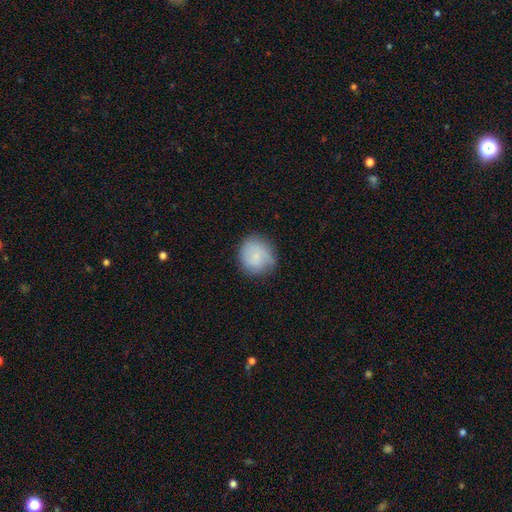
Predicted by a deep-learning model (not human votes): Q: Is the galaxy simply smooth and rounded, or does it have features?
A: smooth — 69%.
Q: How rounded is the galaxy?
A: round — 85%.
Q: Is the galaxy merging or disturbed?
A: none — 71%.